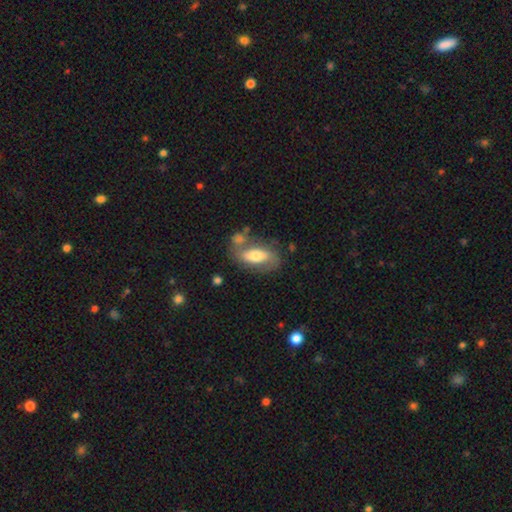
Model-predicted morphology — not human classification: A smooth galaxy with no disk features (52%) that is in between round and cigar-shaped (82%).

Vote fractions:
- Smooth or featured? smooth: 52% / featured or disk: 41% / star or artifact: 7%
- How rounded? in between: 82% / cigar-shaped: 12% / round: 6%
- Merging? none: 58% / minor disturbance: 18% / merger: 15% / major disturbance: 9%